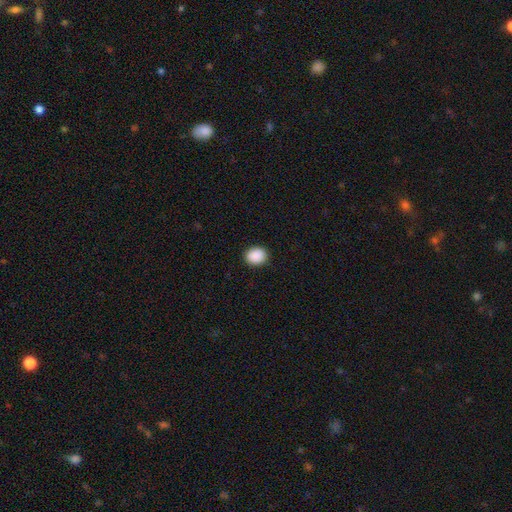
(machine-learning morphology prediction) Overall: smooth (90%). How rounded: round (54%; in between 45%). Merging: none (91%).